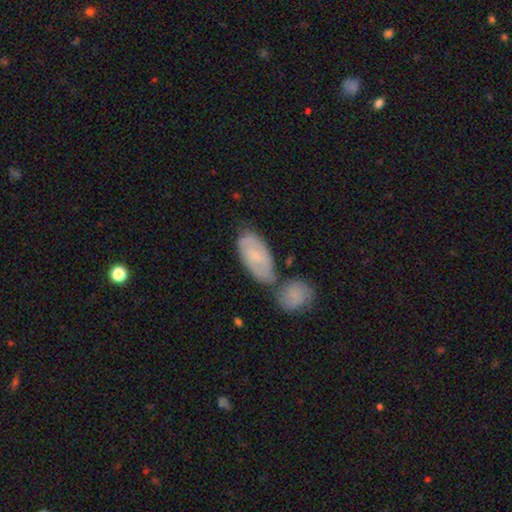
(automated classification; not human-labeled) A smooth galaxy with no disk features (52%) that is in between round and cigar-shaped (90%).

Vote fractions:
- Smooth or featured? smooth: 52% / featured or disk: 41% / star or artifact: 6%
- How rounded? in between: 90% / cigar-shaped: 6% / round: 4%
- Merging? none: 44% / merger: 34% / minor disturbance: 16% / major disturbance: 5%